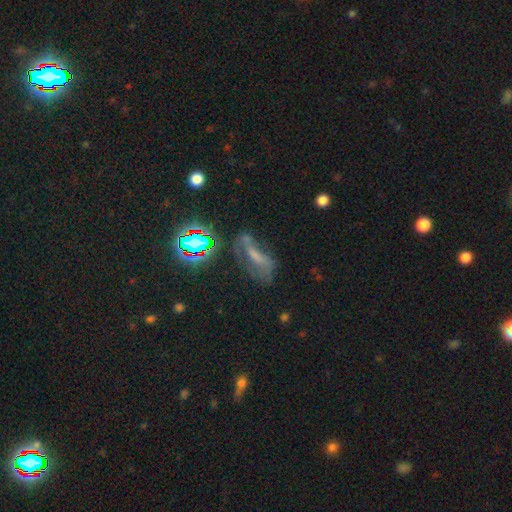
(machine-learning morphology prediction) type=star or artifact (40%).